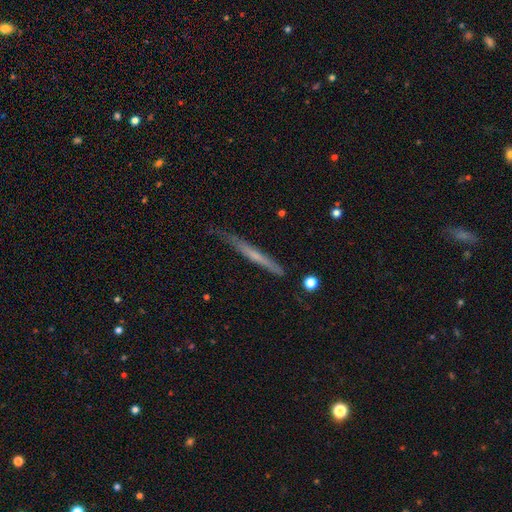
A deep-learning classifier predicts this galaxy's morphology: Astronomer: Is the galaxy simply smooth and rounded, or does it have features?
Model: featured or disk — 50% (runner-up: smooth, 43%).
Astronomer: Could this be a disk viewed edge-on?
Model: yes — 95%.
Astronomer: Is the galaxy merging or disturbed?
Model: none — 72%.